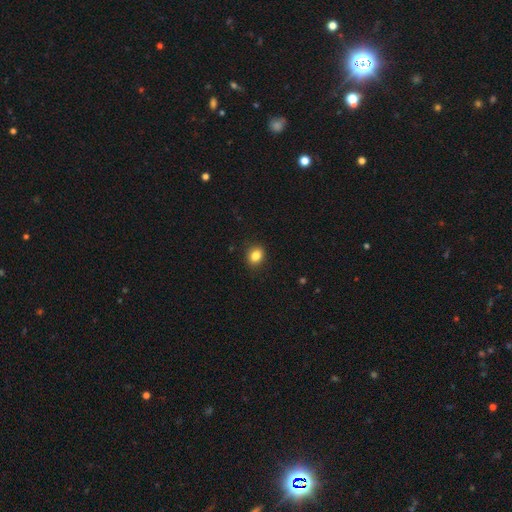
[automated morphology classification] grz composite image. It shows a smooth galaxy with no disk features (85%) that is round (52%). Merging: none (89%).